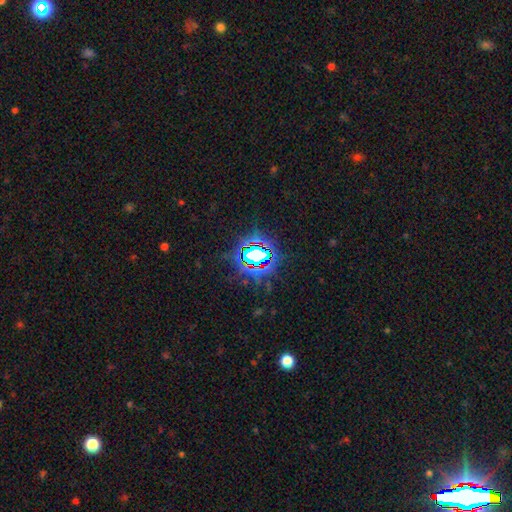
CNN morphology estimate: This appears to be a star or artifact, not a galaxy (77%).